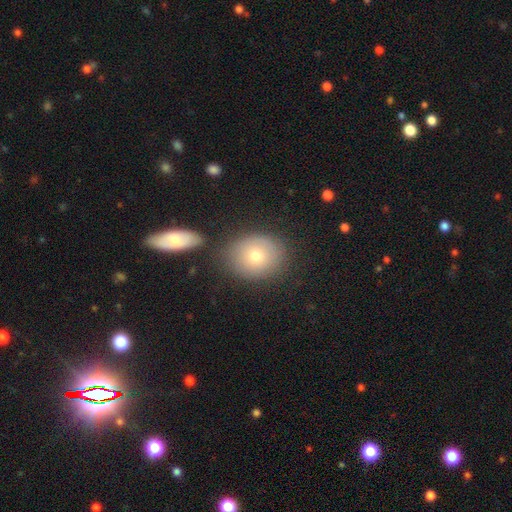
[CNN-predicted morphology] smooth_or_featured: smooth (p=0.72) [alt: featured or disk p=0.18]
how_rounded: round (p=0.62) [alt: in between p=0.37]
merging: none (p=0.71) [alt: minor disturbance p=0.14]